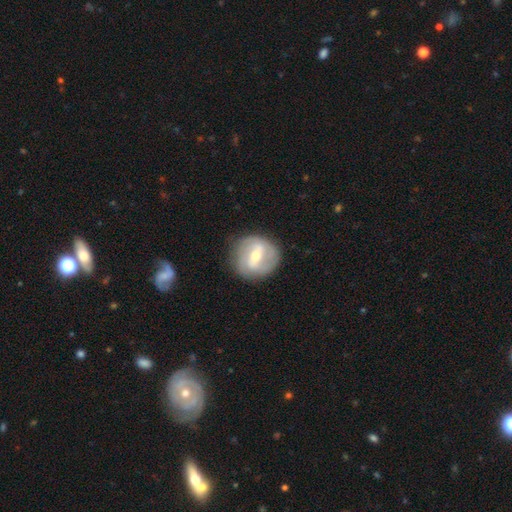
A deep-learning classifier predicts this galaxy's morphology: Q: Smooth or featured?
A: featured or disk (68%); runner-up: smooth (26%)
Q: Edge-on disk?
A: no (96%); runner-up: yes (4%)
Q: Bar?
A: weak (44%); runner-up: strong (41%)
Q: Spiral arms?
A: yes (71%); runner-up: no (29%)
Q: Bulge size?
A: moderate (58%); runner-up: small (37%)
Q: Merging?
A: none (81%); runner-up: minor disturbance (13%)